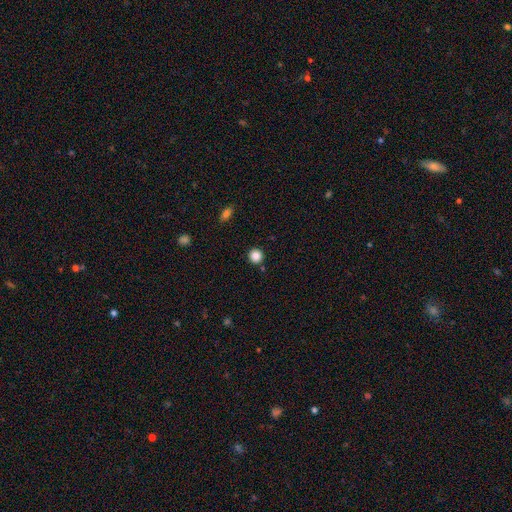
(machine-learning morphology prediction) The model was most divided on "smooth or featured": smooth: 85%, star or artifact: 11%, featured or disk: 4%. More confident: how rounded — round (94%); merging — none (89%).